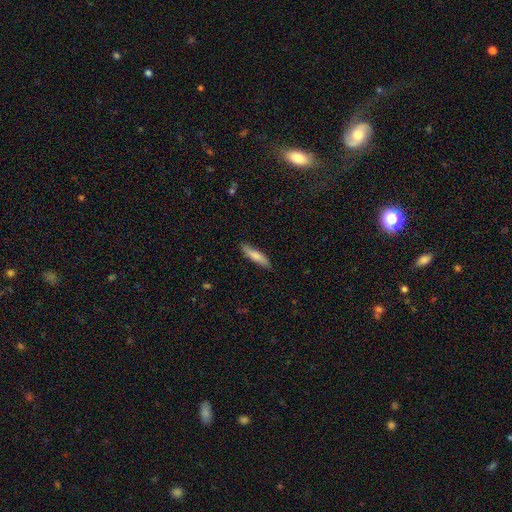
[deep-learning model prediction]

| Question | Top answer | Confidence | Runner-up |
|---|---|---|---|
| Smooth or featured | smooth | 77% | featured or disk (18%) |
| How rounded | cigar-shaped | 79% | in between (20%) |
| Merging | none | 84% | minor disturbance (13%) |